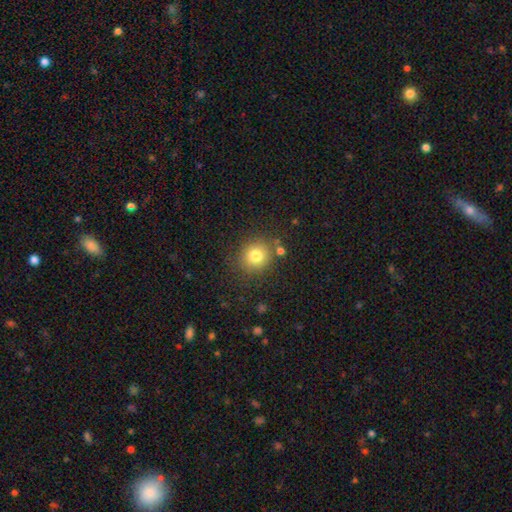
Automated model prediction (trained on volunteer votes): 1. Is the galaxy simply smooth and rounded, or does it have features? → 80% smooth, 12% star or artifact, 8% featured or disk.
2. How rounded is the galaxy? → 87% round, 12% in between, 1% cigar-shaped.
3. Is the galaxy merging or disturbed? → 82% none, 10% minor disturbance, 5% merger, 4% major disturbance.